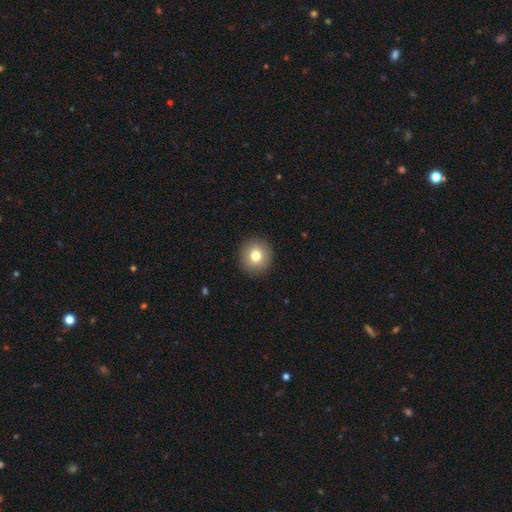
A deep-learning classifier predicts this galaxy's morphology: Q: Smooth or featured?
A: smooth (78%); runner-up: featured or disk (12%)
Q: How rounded?
A: round (91%); runner-up: in between (8%)
Q: Merging?
A: none (92%); runner-up: minor disturbance (5%)